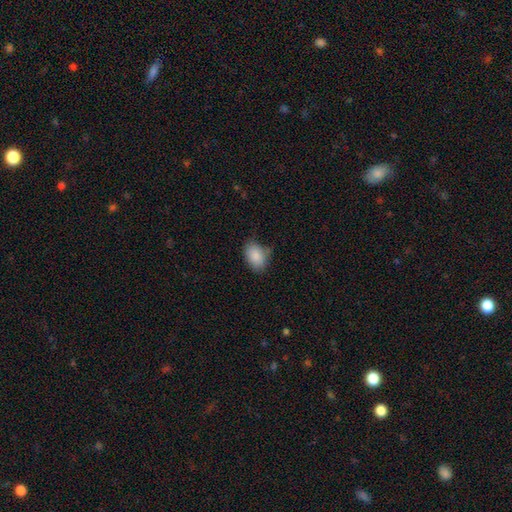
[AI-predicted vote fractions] A smooth galaxy with no disk features (87%) that is in between round and cigar-shaped (82%).

Vote fractions:
- Smooth or featured? smooth: 87% / star or artifact: 8% / featured or disk: 6%
- How rounded? in between: 82% / round: 17% / cigar-shaped: 1%
- Merging? none: 65% / minor disturbance: 27% / major disturbance: 6% / merger: 2%